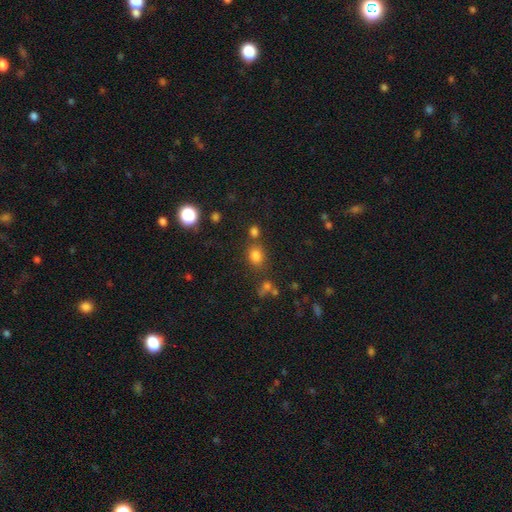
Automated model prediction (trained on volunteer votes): A smooth galaxy with no disk features (77%) that is round (59%).

Vote fractions:
- Smooth or featured? smooth: 77% / star or artifact: 17% / featured or disk: 7%
- How rounded? round: 59% / in between: 39% / cigar-shaped: 1%
- Merging? none: 69% / merger: 14% / minor disturbance: 12% / major disturbance: 5%